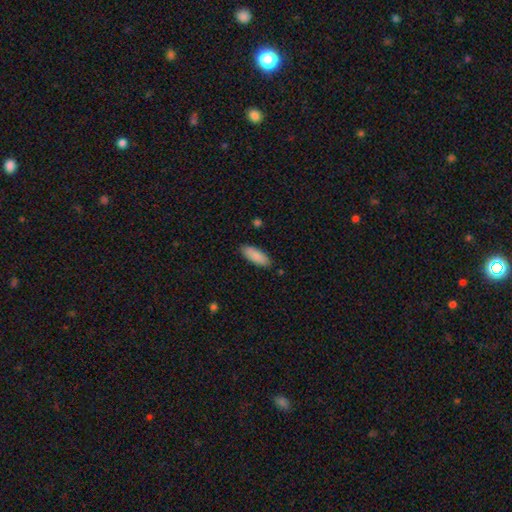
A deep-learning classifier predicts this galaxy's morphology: Smooth or featured? smooth (89%)
How rounded? in between (69%)
Merging? none (87%)